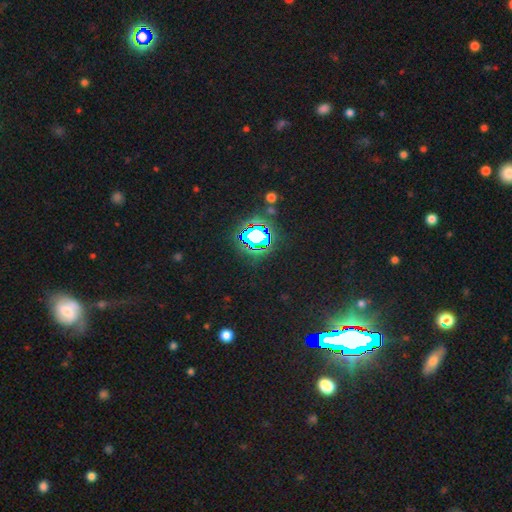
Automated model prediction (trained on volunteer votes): Smooth or featured? star or artifact (83%)